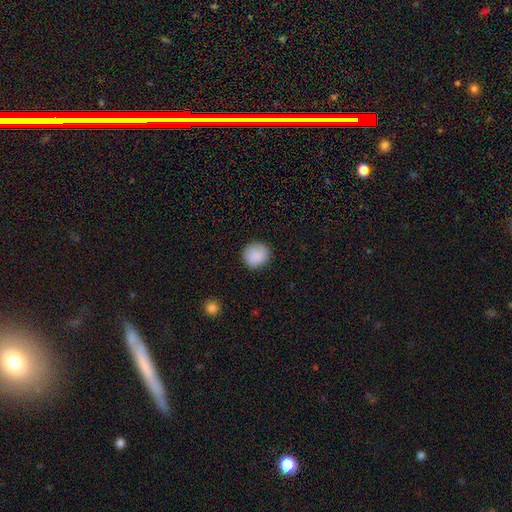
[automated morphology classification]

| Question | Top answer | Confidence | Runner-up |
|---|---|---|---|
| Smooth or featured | smooth | 88% | star or artifact (7%) |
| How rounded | round | 91% | in between (8%) |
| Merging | none | 87% | minor disturbance (9%) |